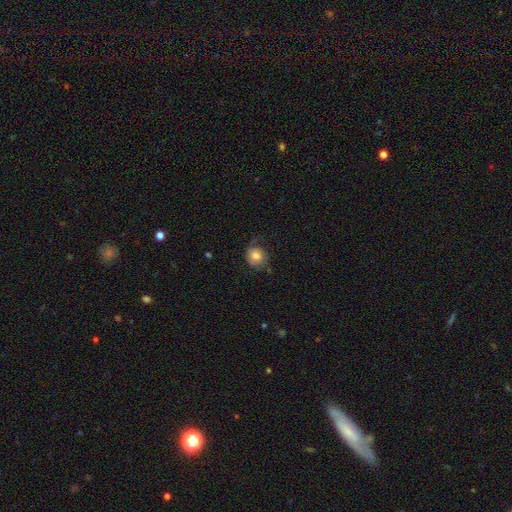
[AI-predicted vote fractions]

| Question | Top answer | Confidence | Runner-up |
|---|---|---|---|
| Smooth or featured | smooth | 63% | featured or disk (28%) |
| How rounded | round | 72% | in between (27%) |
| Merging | none | 55% | minor disturbance (26%) |